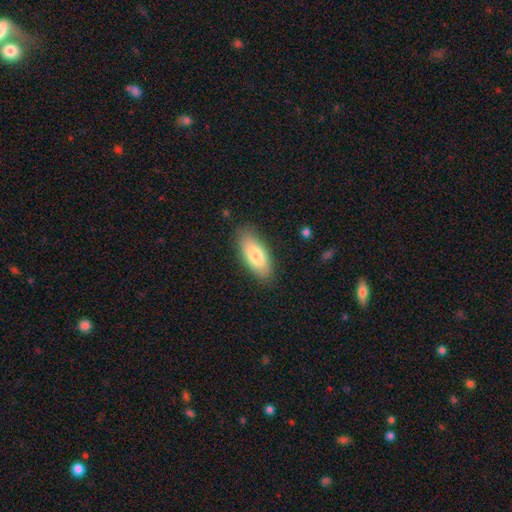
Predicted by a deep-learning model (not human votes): Overall: smooth (79%). How rounded: in between (84%). Merging: none (85%).